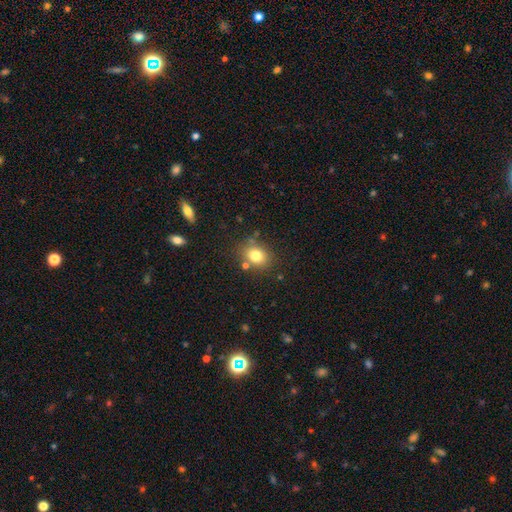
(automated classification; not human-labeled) This is likely a smooth galaxy (79%). How rounded: possibly round (52%). Merging: likely none (77%).